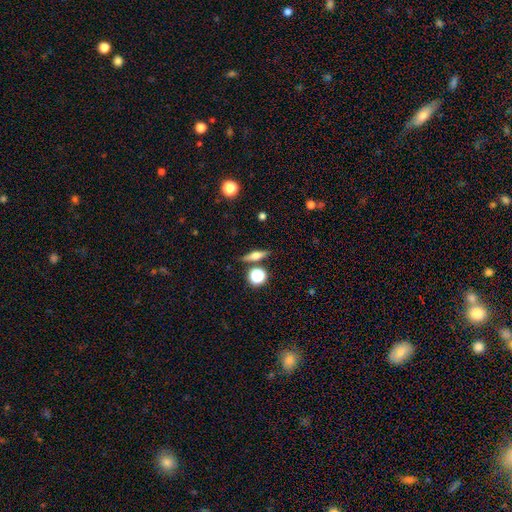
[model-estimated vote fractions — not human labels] smooth-or-featured: smooth: 45% | featured or disk: 44% | star or artifact: 11%
  merging: none: 81% | minor disturbance: 9% | merger: 6% | major disturbance: 3%